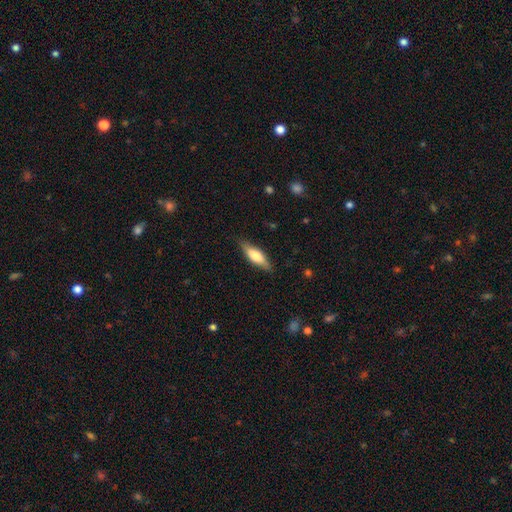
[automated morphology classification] Smooth or featured? smooth (60%)
How rounded? cigar-shaped (49%)
Merging? none (83%)